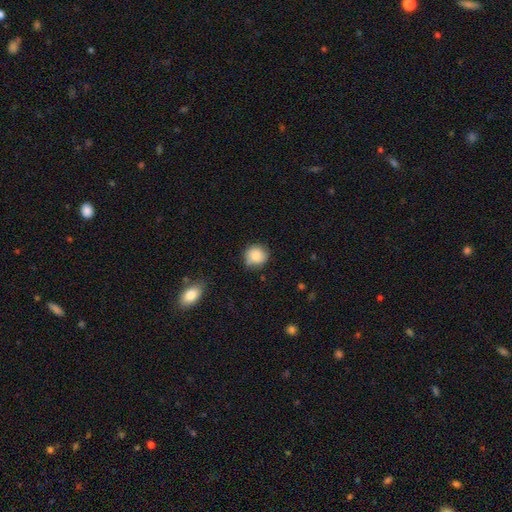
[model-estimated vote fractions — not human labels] The model was most divided on "merging": none: 76%, minor disturbance: 18%, major disturbance: 3%, merger: 3%. More confident: how rounded — round (88%); smooth or featured — smooth (84%).